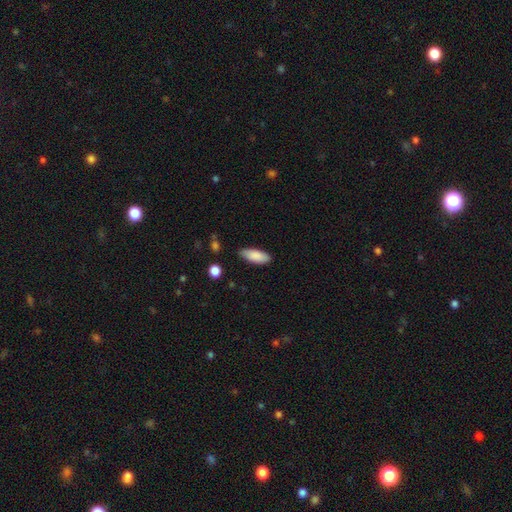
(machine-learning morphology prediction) smooth_or_featured: smooth (p=0.88) [alt: featured or disk p=0.06]
how_rounded: in between (p=0.76) [alt: cigar-shaped p=0.22]
merging: none (p=0.82) [alt: minor disturbance p=0.14]